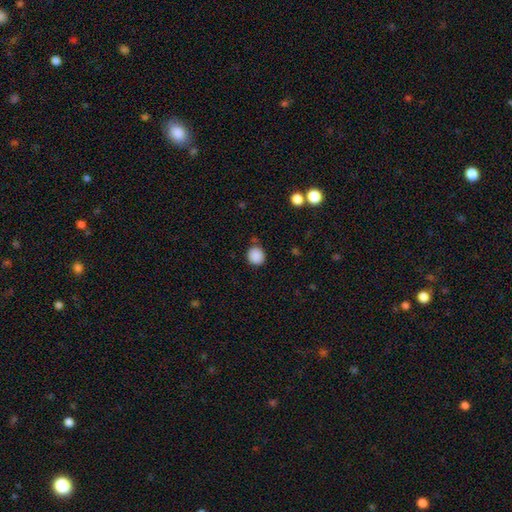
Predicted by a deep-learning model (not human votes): Smooth or featured: smooth — 88% (star or artifact — 9%)
How rounded: round — 85% (in between — 15%)
Merging: none — 83% (minor disturbance — 11%)